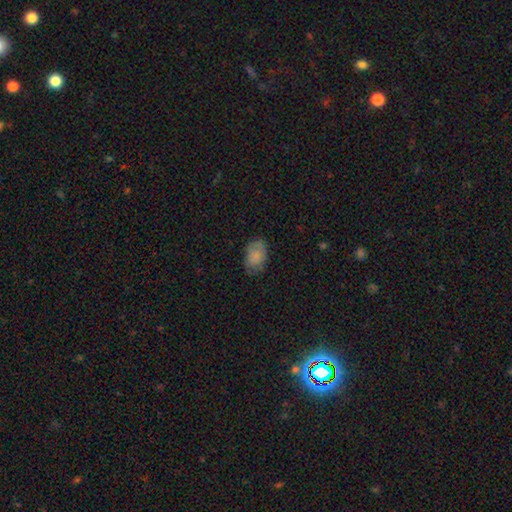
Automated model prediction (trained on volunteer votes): Q: Smooth or featured?
A: smooth (79%); runner-up: featured or disk (13%)
Q: How rounded?
A: in between (87%); runner-up: round (11%)
Q: Merging?
A: none (69%); runner-up: minor disturbance (24%)